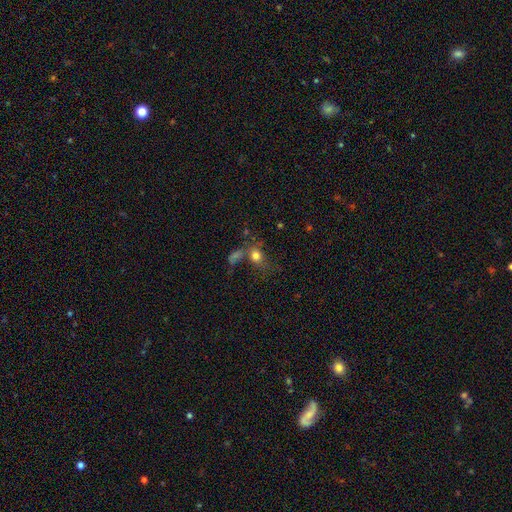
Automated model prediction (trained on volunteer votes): Morphology: type=smooth (72%); roundness=round (56%); merging=none (44%).